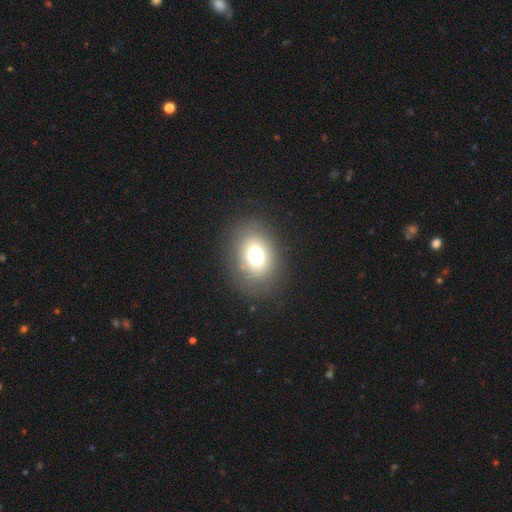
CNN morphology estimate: A smooth galaxy with no disk features (72%) that is in between round and cigar-shaped (65%).

Vote fractions:
- Smooth or featured? smooth: 72% / featured or disk: 16% / star or artifact: 12%
- How rounded? in between: 65% / round: 34% / cigar-shaped: 1%
- Merging? none: 82% / minor disturbance: 11% / major disturbance: 6% / merger: 1%